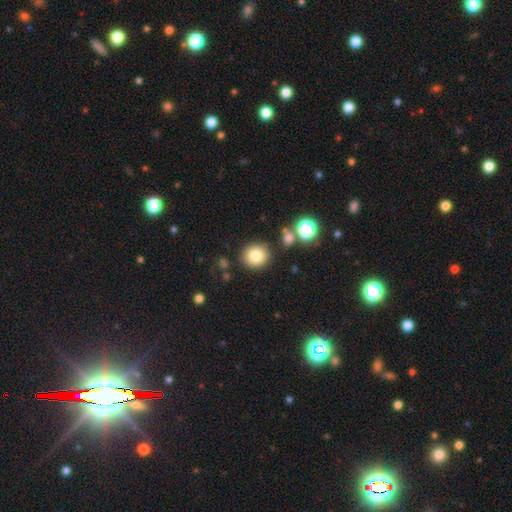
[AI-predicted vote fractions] This is clearly a smooth galaxy (81%). How rounded: clearly round (87%). Merging: clearly none (84%).